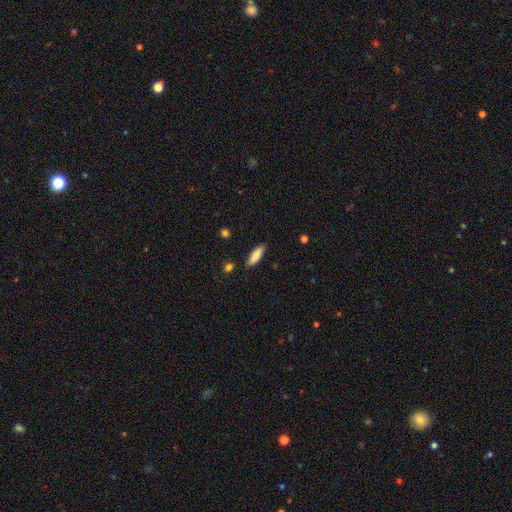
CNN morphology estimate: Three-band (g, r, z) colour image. It shows a smooth galaxy with no disk features (84%) that is in between round and cigar-shaped (53%). Merging: none (85%).